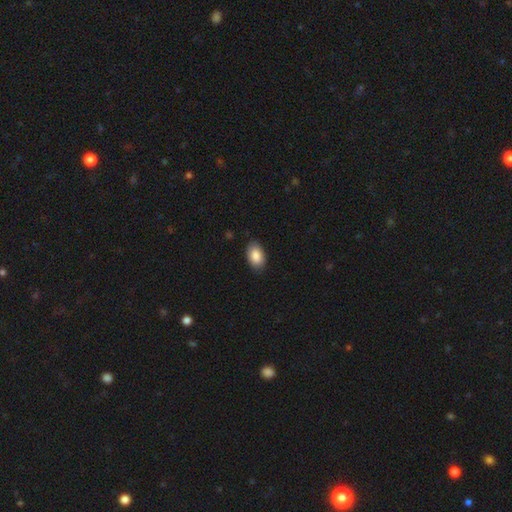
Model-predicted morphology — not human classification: Overall: smooth (88%). How rounded: in between (93%). Merging: none (86%).